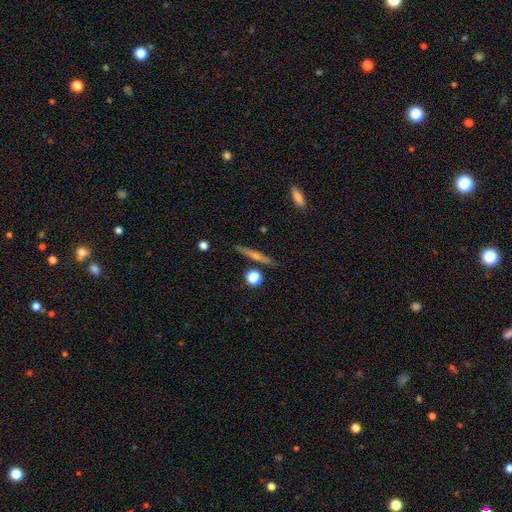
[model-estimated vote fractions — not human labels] smooth_or_featured: featured or disk (p=0.54) [alt: smooth p=0.37]
disk_edge_on: yes (p=0.95) [alt: no p=0.05]
edge_on_bulge: rounded (p=0.63) [alt: none p=0.31]
merging: none (p=0.87) [alt: minor disturbance p=0.08]